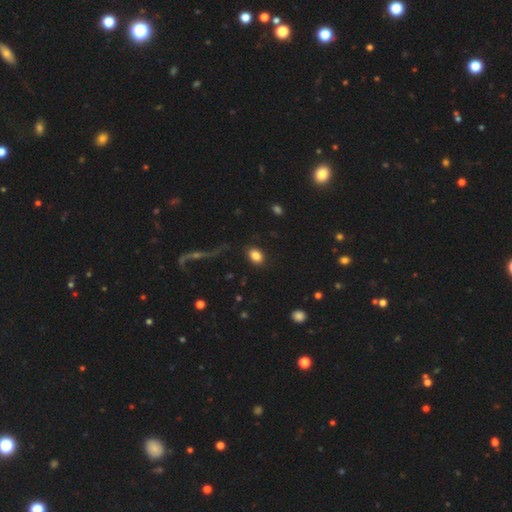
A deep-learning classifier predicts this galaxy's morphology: The model was most divided on "how rounded": in between: 73%, round: 25%, cigar-shaped: 2%. More confident: merging — none (84%); smooth or featured — smooth (84%).